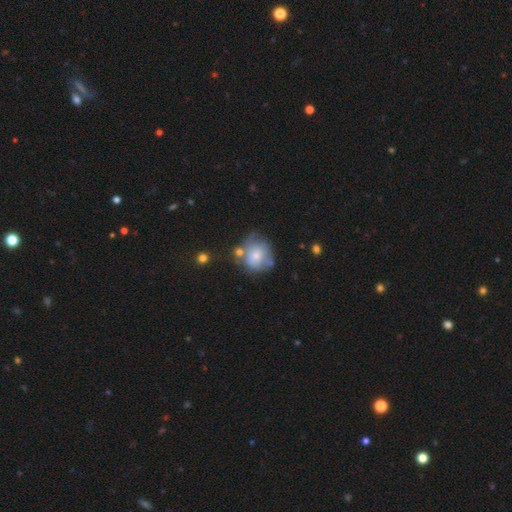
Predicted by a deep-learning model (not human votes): Q: Smooth or featured?
A: smooth (68%); runner-up: featured or disk (24%)
Q: How rounded?
A: round (73%); runner-up: in between (26%)
Q: Merging?
A: none (45%); runner-up: minor disturbance (26%)